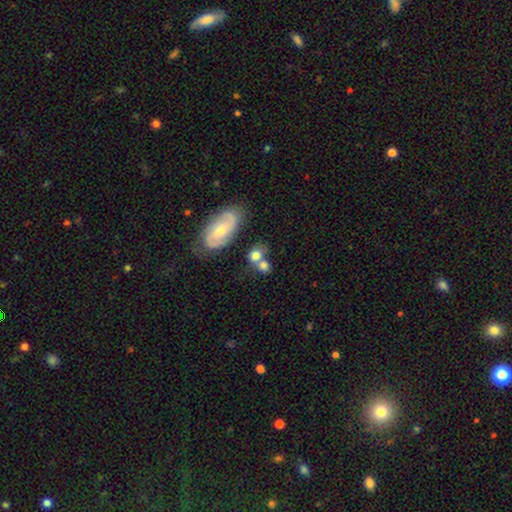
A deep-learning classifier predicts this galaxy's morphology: Q: Smooth or featured?
A: smooth (70%); runner-up: featured or disk (21%)
Q: How rounded?
A: round (59%); runner-up: in between (39%)
Q: Merging?
A: none (44%); runner-up: merger (38%)